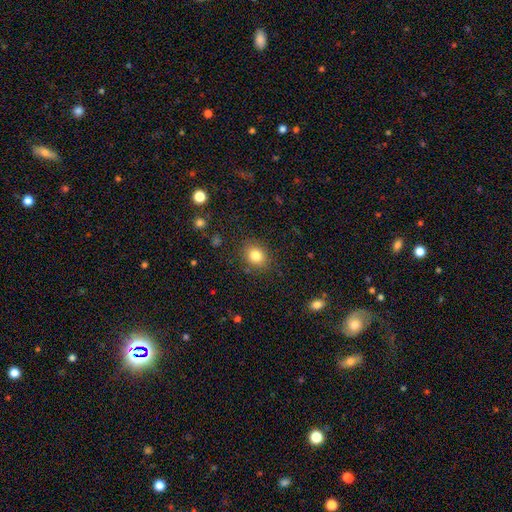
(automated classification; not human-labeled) smooth_or_featured: smooth (p=0.82) [alt: star or artifact p=0.11]
how_rounded: round (p=0.61) [alt: in between p=0.39]
merging: none (p=0.85) [alt: minor disturbance p=0.10]